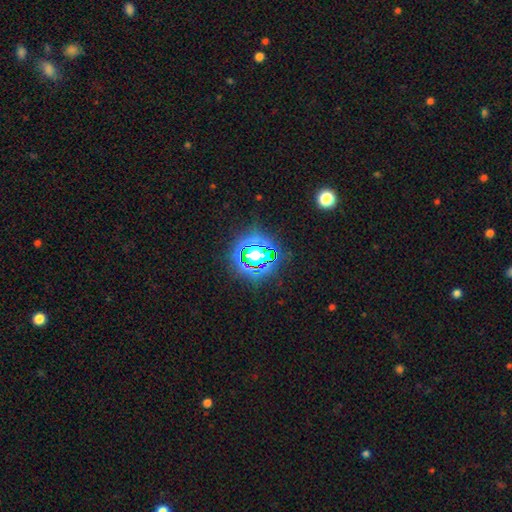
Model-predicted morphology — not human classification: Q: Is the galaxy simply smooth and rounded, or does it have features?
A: star or artifact — 67%.